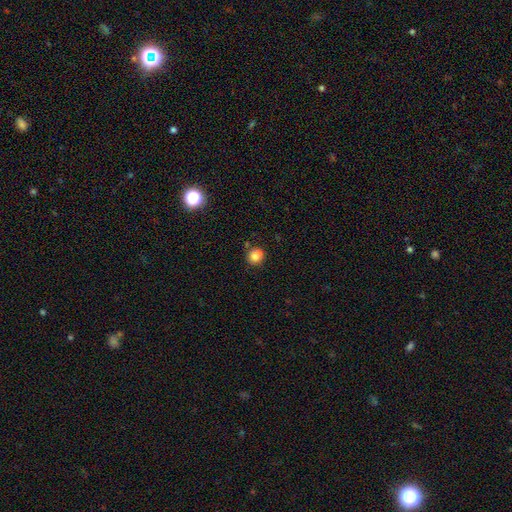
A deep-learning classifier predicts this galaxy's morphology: Smooth or featured? Predicted: smooth (p=0.81). How rounded? Predicted: round (p=0.70). Merging? Predicted: none (p=0.70).